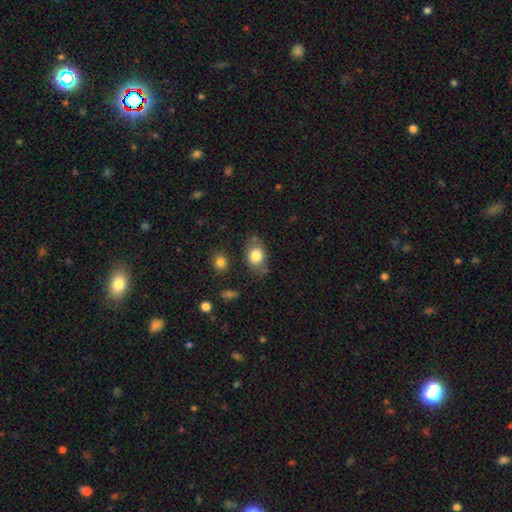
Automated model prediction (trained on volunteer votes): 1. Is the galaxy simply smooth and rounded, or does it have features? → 81% smooth, 11% featured or disk, 9% star or artifact.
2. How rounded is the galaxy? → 65% in between, 34% round, 1% cigar-shaped.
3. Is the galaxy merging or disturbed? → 67% none, 22% minor disturbance, 6% major disturbance, 6% merger.